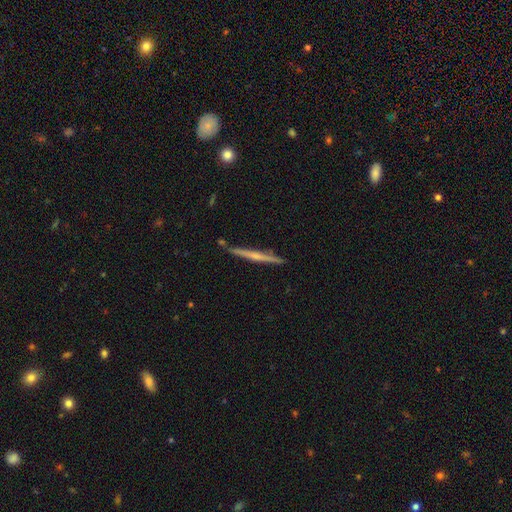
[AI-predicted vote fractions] This appears to be a featured or disk galaxy (66%) viewed edge-on (98%) with a rounded central bulge (49%). Merging: none (86%).